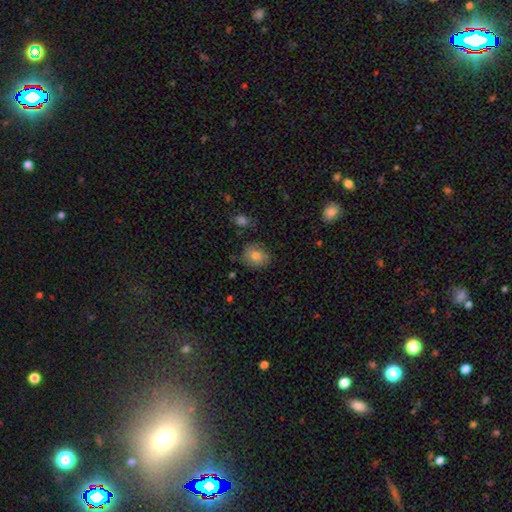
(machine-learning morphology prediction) Overall: smooth (74%). How rounded: round (60%; in between 39%). Merging: none (71%).